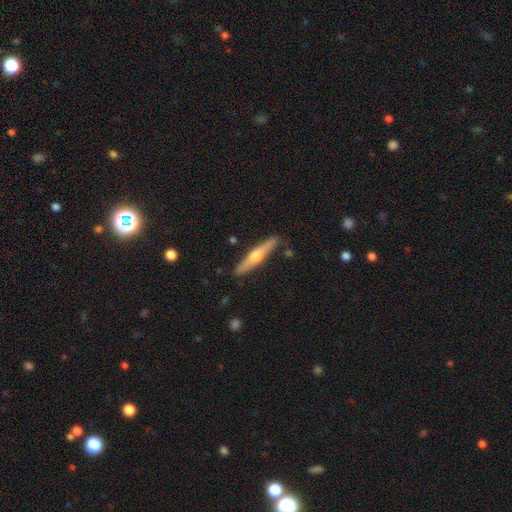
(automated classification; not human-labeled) This appears to be a featured or disk galaxy (63%) viewed edge-on (96%) with a rounded central bulge (91%). Merging: none (88%).